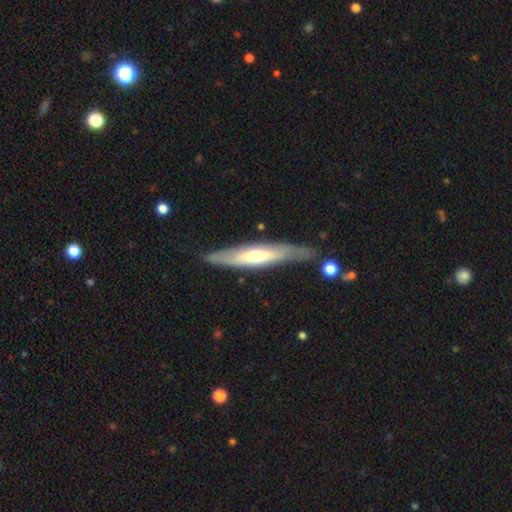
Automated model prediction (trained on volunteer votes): smooth_or_featured: featured or disk (p=0.56) [alt: smooth p=0.39]
disk_edge_on: yes (p=0.78) [alt: no p=0.22]
merging: none (p=0.79) [alt: minor disturbance p=0.14]